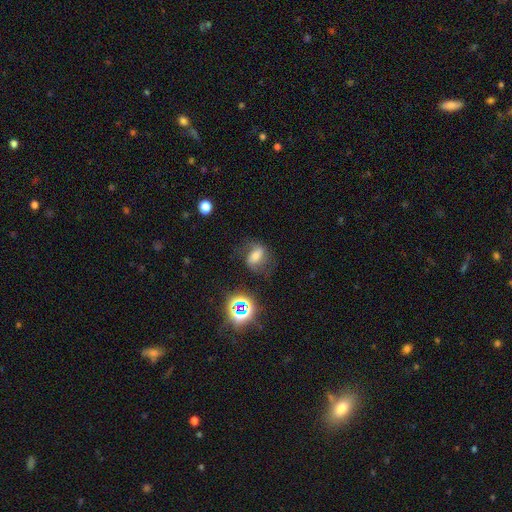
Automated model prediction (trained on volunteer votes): smooth_or_featured: featured or disk (p=0.42) [alt: smooth p=0.40]
merging: none (p=0.59) [alt: minor disturbance p=0.22]